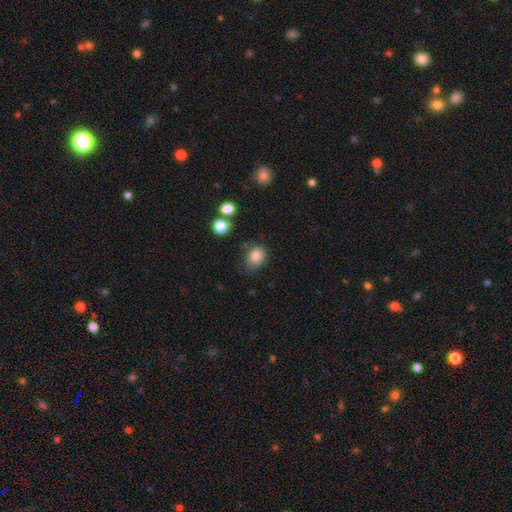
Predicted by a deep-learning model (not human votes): The model was most divided on "how rounded": in between: 59%, round: 40%, cigar-shaped: 1%. More confident: smooth or featured — smooth (83%); merging — none (66%).